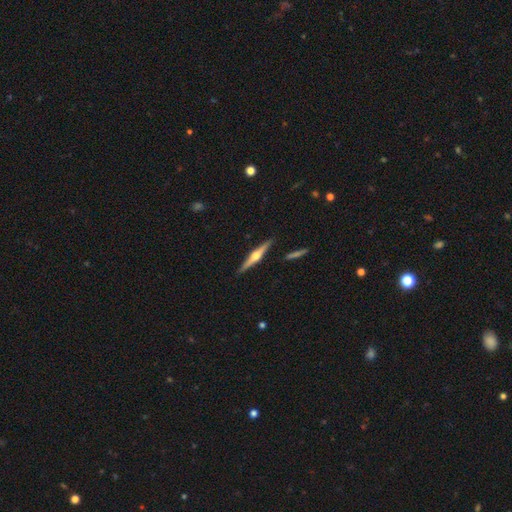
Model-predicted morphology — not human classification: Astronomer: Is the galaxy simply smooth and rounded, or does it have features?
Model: featured or disk — 76%.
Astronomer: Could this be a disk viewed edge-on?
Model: yes — 98%.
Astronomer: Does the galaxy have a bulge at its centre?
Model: rounded — 94%.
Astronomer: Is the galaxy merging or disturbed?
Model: none — 90%.